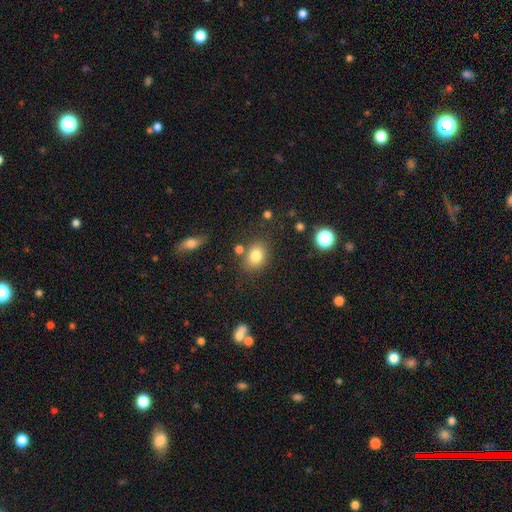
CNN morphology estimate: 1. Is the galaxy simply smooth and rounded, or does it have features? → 81% smooth, 11% star or artifact, 8% featured or disk.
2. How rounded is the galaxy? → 62% in between, 37% round, 1% cigar-shaped.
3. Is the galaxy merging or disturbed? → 73% none, 14% minor disturbance, 9% merger, 5% major disturbance.